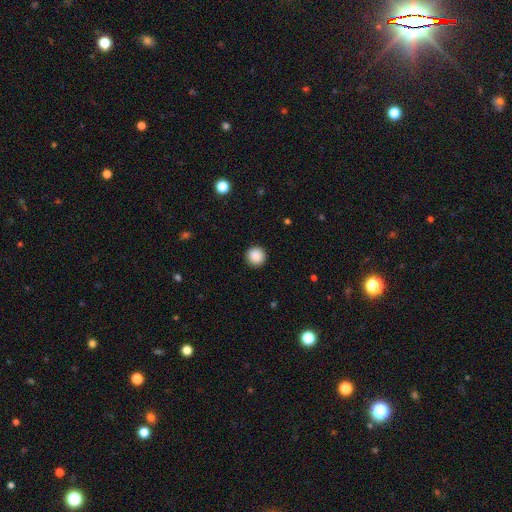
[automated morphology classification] The model was most divided on "smooth or featured": smooth: 89%, star or artifact: 9%, featured or disk: 2%. More confident: how rounded — round (96%); merging — none (93%).